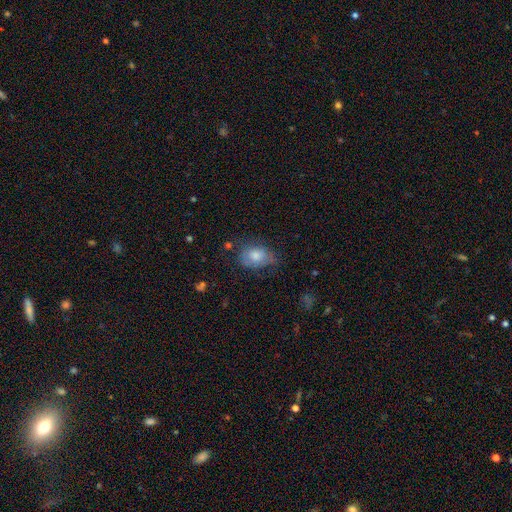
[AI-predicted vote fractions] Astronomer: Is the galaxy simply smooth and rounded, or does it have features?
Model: smooth — 75%.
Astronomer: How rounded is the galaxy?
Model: in between — 75%.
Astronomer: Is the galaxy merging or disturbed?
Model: none — 49% (runner-up: minor disturbance, 33%).